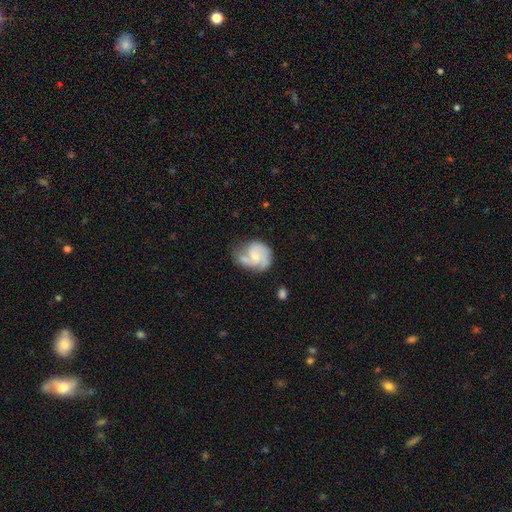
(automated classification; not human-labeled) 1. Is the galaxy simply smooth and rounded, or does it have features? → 63% featured or disk, 30% smooth, 7% star or artifact.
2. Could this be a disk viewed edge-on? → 98% no, 2% yes.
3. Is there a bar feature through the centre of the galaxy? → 62% no, 33% weak, 5% strong.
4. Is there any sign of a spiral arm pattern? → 87% yes, 13% no.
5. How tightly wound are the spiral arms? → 46% medium, 30% tight, 24% loose.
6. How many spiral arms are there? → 42% 2, 24% 3, 18% can't tell, 11% 1, 3% 4, 3% more than 4.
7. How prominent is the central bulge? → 47% small, 28% moderate, 20% none, 4% large, 1% dominant.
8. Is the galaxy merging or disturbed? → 43% none, 29% minor disturbance, 21% major disturbance, 7% merger.